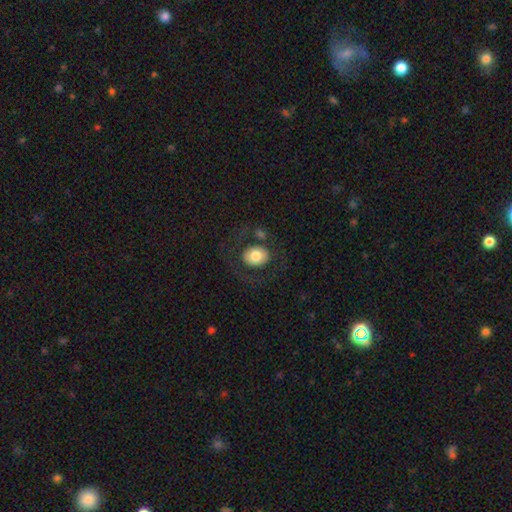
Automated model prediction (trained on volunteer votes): Smooth or featured: smooth — 72% (featured or disk — 21%)
How rounded: round — 54% (in between — 45%)
Merging: none — 69% (minor disturbance — 13%)